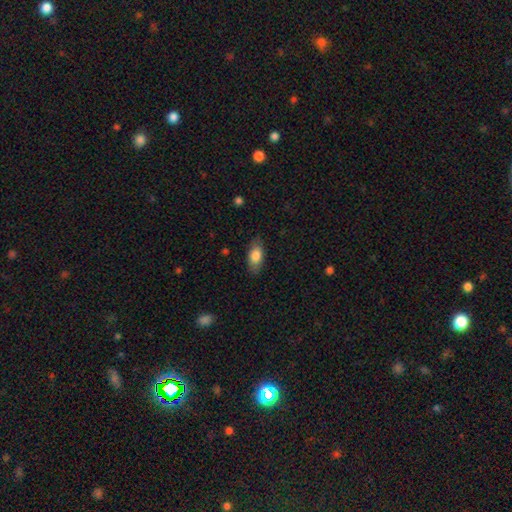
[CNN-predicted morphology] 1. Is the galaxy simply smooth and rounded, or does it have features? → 80% smooth, 14% featured or disk, 7% star or artifact.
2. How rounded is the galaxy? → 87% in between, 9% cigar-shaped, 4% round.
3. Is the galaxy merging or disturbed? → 82% none, 13% minor disturbance, 3% major disturbance, 1% merger.